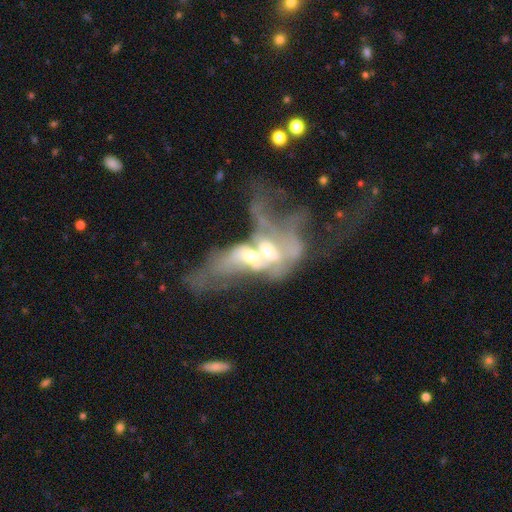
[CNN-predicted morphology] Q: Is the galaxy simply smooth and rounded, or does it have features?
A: featured or disk — 71%.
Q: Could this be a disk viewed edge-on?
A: no — 88%.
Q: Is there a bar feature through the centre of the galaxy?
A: no — 69%.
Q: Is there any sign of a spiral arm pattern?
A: no — 63%.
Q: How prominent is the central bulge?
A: moderate — 60%.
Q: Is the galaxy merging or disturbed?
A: merger — 71%.